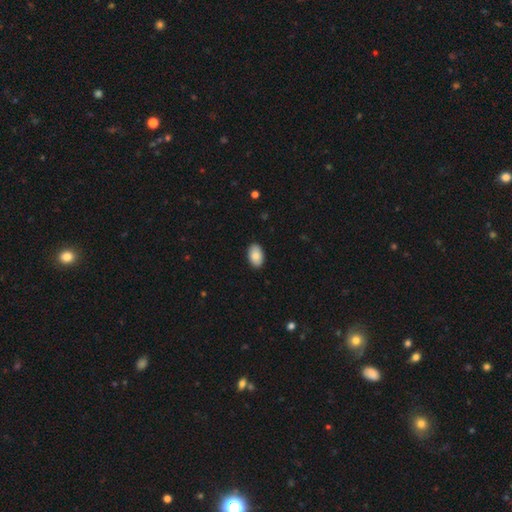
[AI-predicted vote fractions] A smooth galaxy with no disk features (87%) that is in between round and cigar-shaped (93%).

Vote fractions:
- Smooth or featured? smooth: 87% / featured or disk: 7% / star or artifact: 6%
- How rounded? in between: 93% / round: 6% / cigar-shaped: 1%
- Merging? none: 89% / minor disturbance: 8% / major disturbance: 2% / merger: 1%